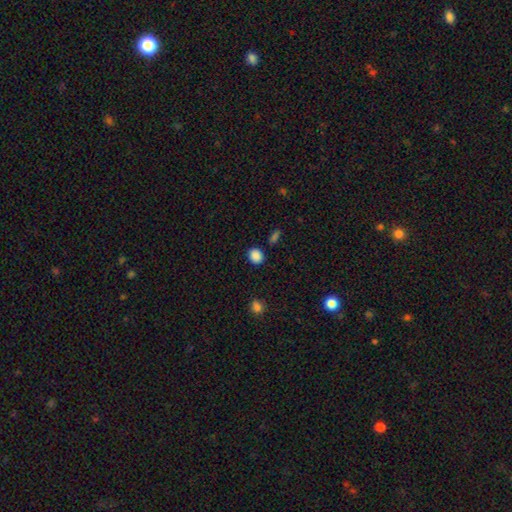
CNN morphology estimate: Smooth or featured: smooth — 87% (star or artifact — 10%)
How rounded: round — 73% (in between — 26%)
Merging: none — 86% (minor disturbance — 9%)